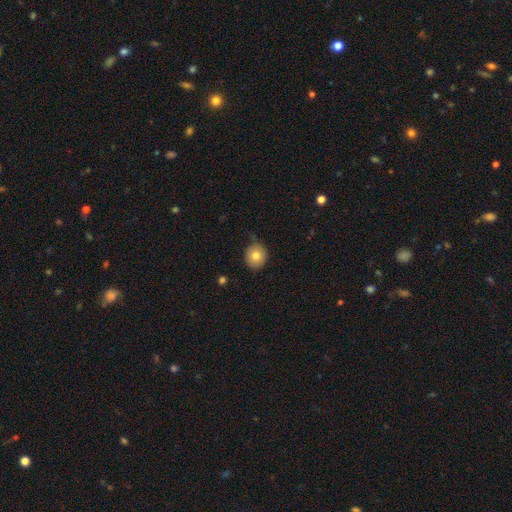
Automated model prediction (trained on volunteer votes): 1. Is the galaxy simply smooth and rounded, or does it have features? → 80% smooth, 11% featured or disk, 9% star or artifact.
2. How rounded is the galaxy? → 86% round, 13% in between, 1% cigar-shaped.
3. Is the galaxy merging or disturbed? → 80% none, 16% minor disturbance, 3% major disturbance, 2% merger.